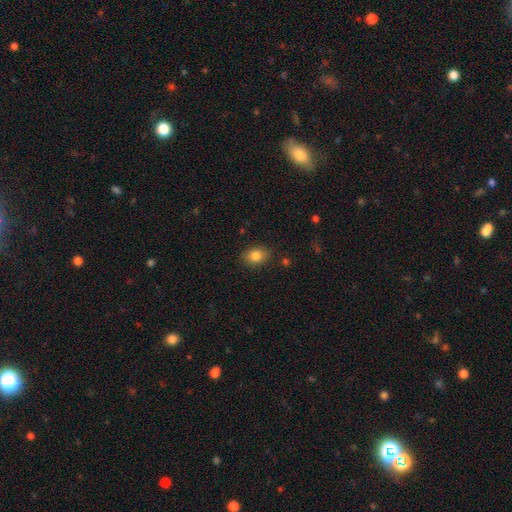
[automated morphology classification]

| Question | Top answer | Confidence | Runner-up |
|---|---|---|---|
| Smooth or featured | smooth | 83% | star or artifact (10%) |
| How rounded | in between | 68% | round (31%) |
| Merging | none | 85% | minor disturbance (11%) |